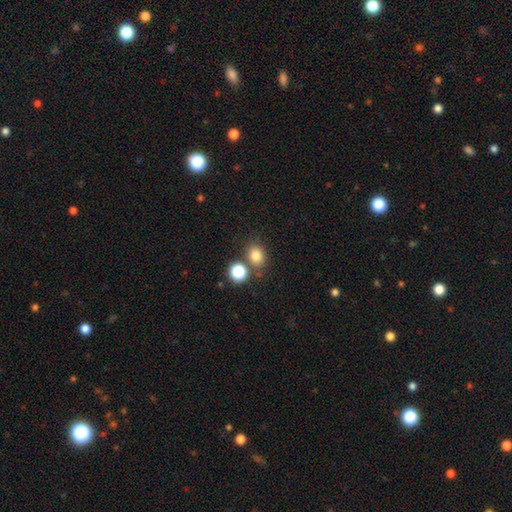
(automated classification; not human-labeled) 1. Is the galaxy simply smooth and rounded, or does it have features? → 80% smooth, 14% star or artifact, 6% featured or disk.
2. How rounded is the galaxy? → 57% round, 42% in between, 1% cigar-shaped.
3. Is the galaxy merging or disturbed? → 71% none, 15% merger, 10% minor disturbance, 3% major disturbance.